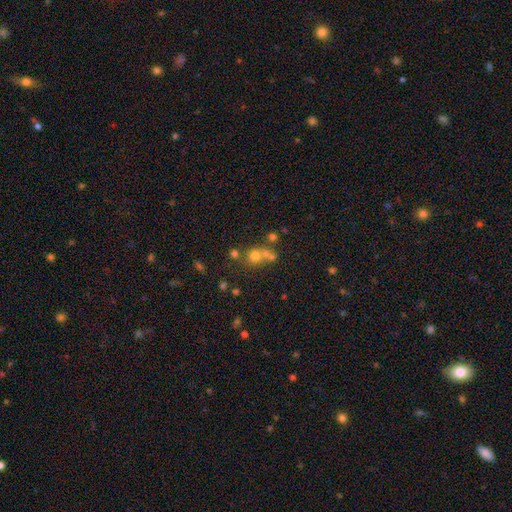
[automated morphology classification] This is possibly a smooth galaxy (58%). How rounded: clearly round (84%). Merging: possibly none (48%).